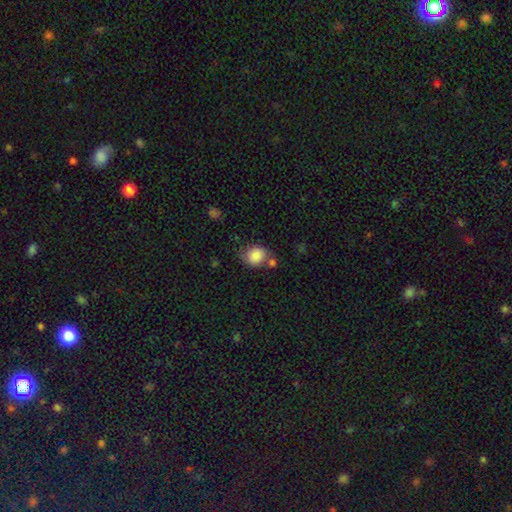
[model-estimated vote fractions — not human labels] The model was most divided on "how rounded": round: 64%, in between: 35%, cigar-shaped: 1%. More confident: smooth or featured — smooth (84%); merging — none (56%).